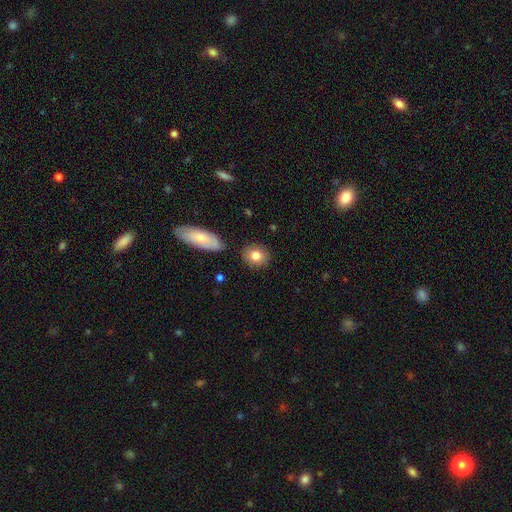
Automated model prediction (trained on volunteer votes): The model was most divided on "how rounded": round: 74%, in between: 25%, cigar-shaped: 2%. More confident: merging — none (84%); smooth or featured — smooth (82%).